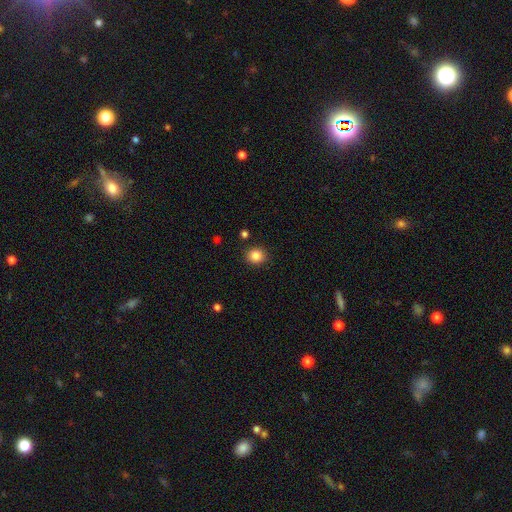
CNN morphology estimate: smooth_or_featured: smooth (p=0.85) [alt: star or artifact p=0.11]
how_rounded: round (p=0.82) [alt: in between p=0.18]
merging: none (p=0.89) [alt: minor disturbance p=0.07]